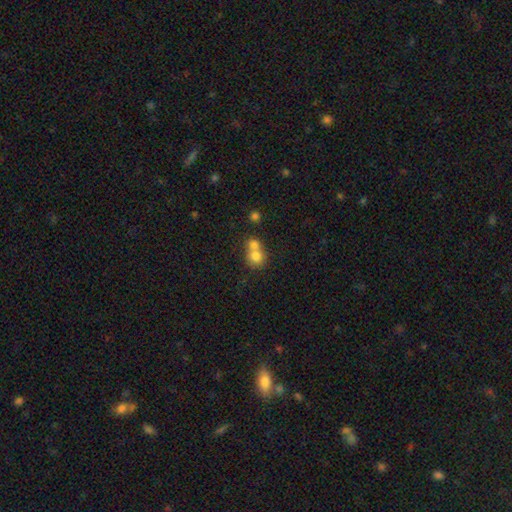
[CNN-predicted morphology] This appears to be a smooth galaxy with no disk features (76%) that is round (81%). Merging: merger (58%).